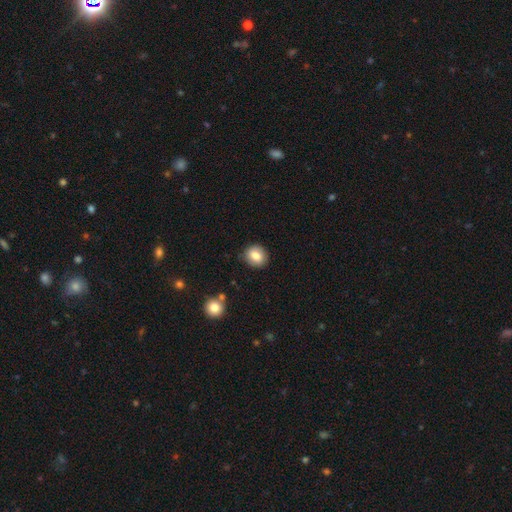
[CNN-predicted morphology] Smooth or featured? smooth (82%)
How rounded? round (79%)
Merging? none (87%)